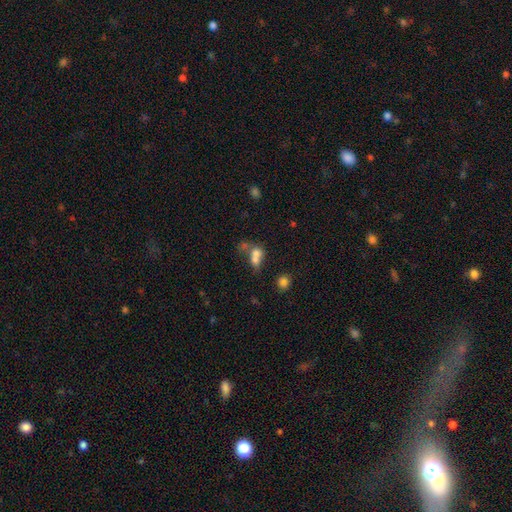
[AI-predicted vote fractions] Smooth or featured? Predicted: smooth (p=0.69). How rounded? Predicted: in between (p=0.56). Merging? Predicted: merger (p=0.61).